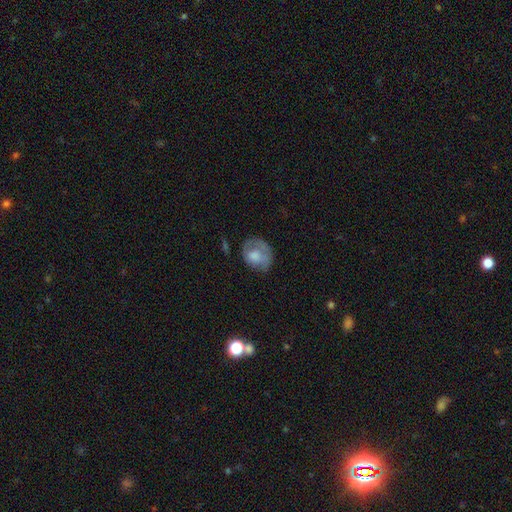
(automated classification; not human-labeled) Overall: smooth (62%; featured or disk 30%). How rounded: round (53%; in between 46%). Merging: none (48%; minor disturbance 29%).